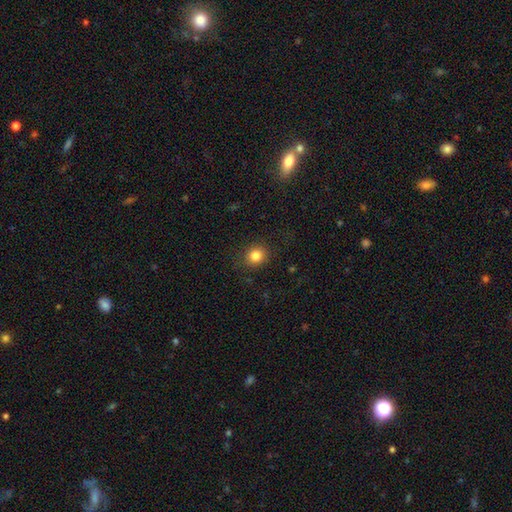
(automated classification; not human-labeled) Q: Smooth or featured?
A: smooth (83%); runner-up: star or artifact (12%)
Q: How rounded?
A: round (85%); runner-up: in between (14%)
Q: Merging?
A: none (89%); runner-up: minor disturbance (8%)